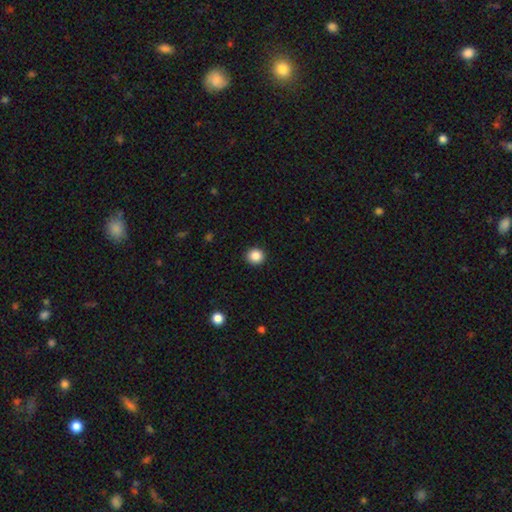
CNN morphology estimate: Smooth or featured? Predicted: smooth (p=0.86). How rounded? Predicted: round (p=0.92). Merging? Predicted: none (p=0.93).